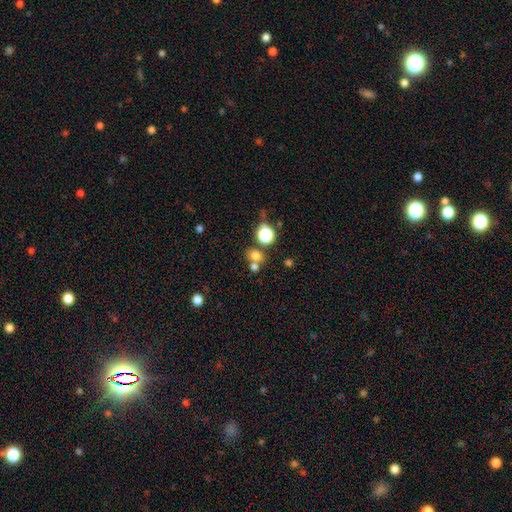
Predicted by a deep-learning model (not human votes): This is likely a smooth galaxy (69%). How rounded: likely round (69%). Merging: possibly none (53%).